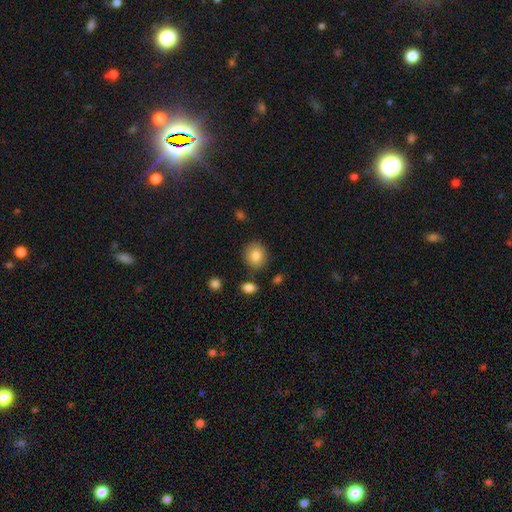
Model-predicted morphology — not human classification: This appears to be a smooth galaxy with no disk features (83%) that is round (82%). Merging: none (84%).